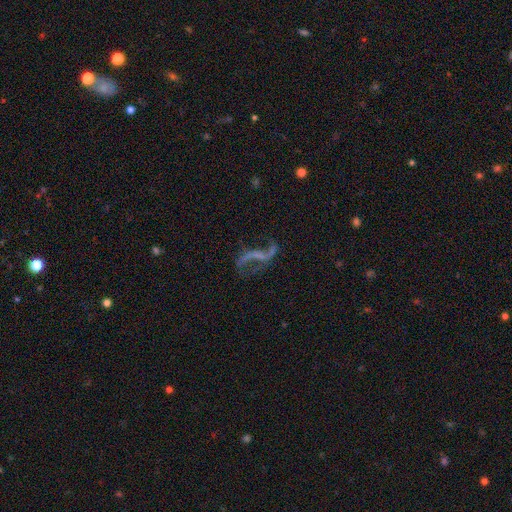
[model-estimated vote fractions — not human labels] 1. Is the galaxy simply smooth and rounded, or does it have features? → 78% featured or disk, 12% star or artifact, 10% smooth.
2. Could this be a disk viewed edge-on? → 96% no, 4% yes.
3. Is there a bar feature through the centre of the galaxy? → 36% strong, 35% no, 29% weak.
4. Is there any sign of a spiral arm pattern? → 81% yes, 19% no.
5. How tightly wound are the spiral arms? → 91% loose, 7% medium, 2% tight.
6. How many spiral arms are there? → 86% 2, 7% 1, 3% can't tell, 1% 3, 1% 4, 1% more than 4.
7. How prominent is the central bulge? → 71% none, 20% small, 5% moderate, 2% large, 1% dominant.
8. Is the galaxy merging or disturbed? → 51% none, 27% major disturbance, 15% minor disturbance, 7% merger.